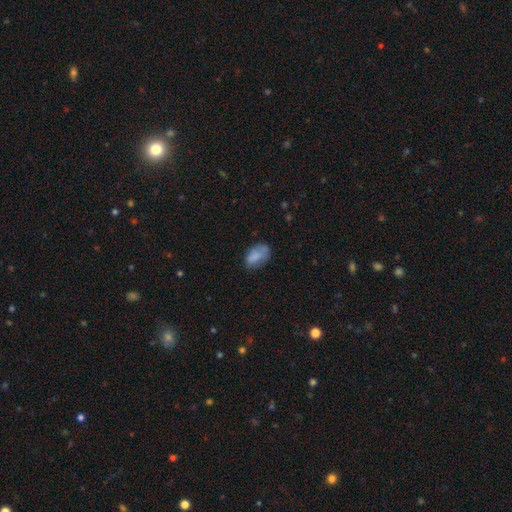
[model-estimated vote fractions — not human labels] Smooth or featured? smooth (77%)
How rounded? in between (90%)
Merging? none (59%)